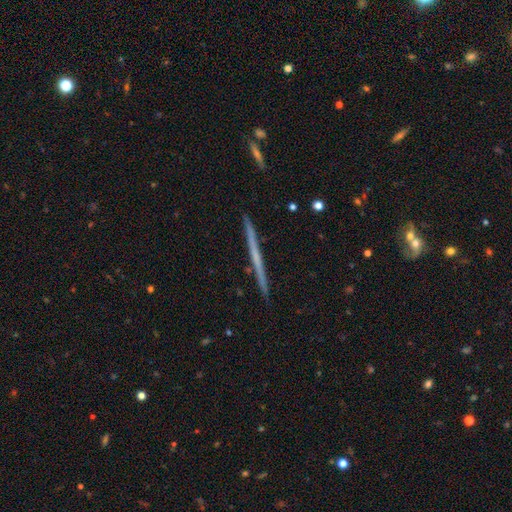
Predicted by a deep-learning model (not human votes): This appears to be a featured or disk galaxy (62%) viewed edge-on (98%) with no central bulge (87%). Merging: none (92%).